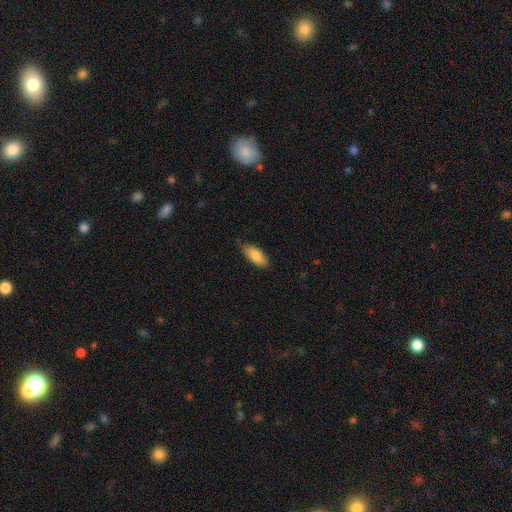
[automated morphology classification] smooth 83%, featured or disk 11%, star or artifact 6%. Down the decision tree: how rounded — in between (84%); merging — none (78%).